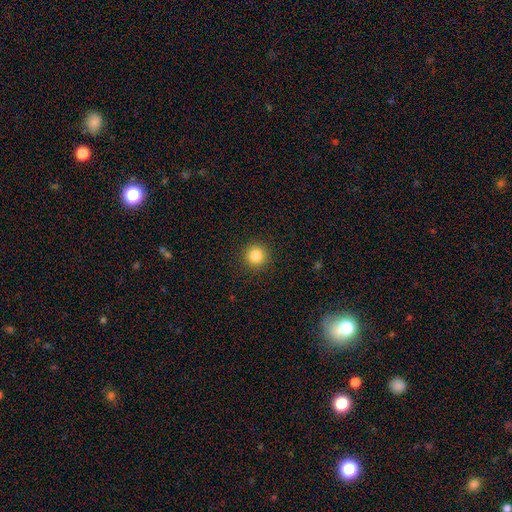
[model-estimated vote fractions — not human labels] The model was most divided on "smooth or featured": smooth: 84%, star or artifact: 11%, featured or disk: 5%. More confident: how rounded — round (95%); merging — none (92%).